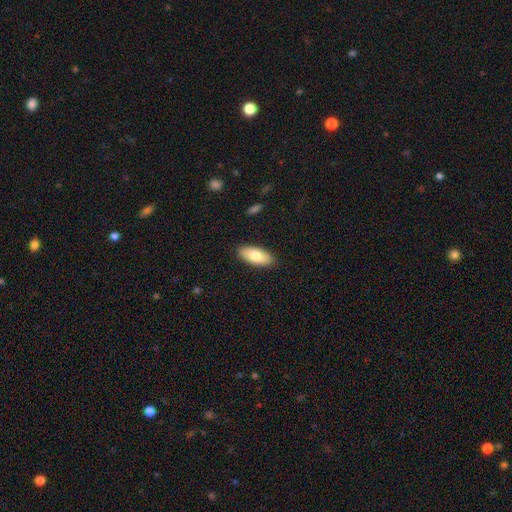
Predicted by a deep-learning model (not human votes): smooth-or-featured: smooth: 78% | featured or disk: 16% | star or artifact: 6%
  how-rounded: in between: 86% | cigar-shaped: 11% | round: 2%
  merging: none: 88% | minor disturbance: 9% | major disturbance: 2% | merger: 1%